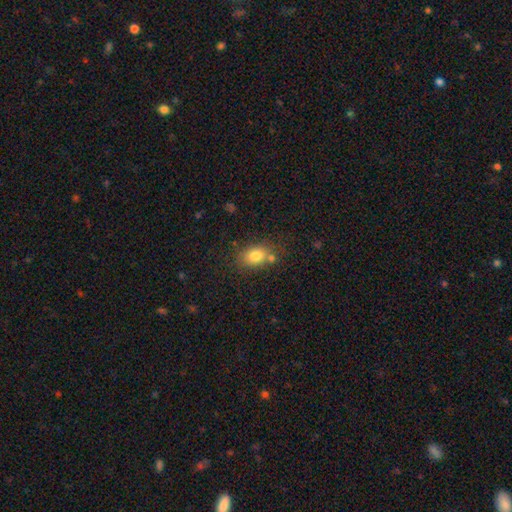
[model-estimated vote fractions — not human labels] Morphology: type=smooth (82%); roundness=in between (72%); merging=none (67%).